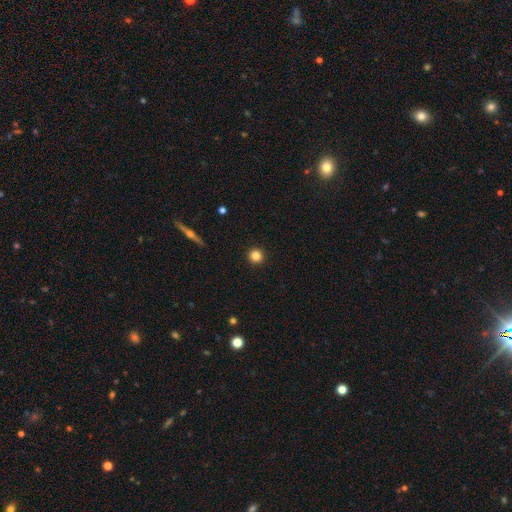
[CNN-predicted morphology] smooth 84%, star or artifact 11%, featured or disk 5%. Down the decision tree: how rounded — round (96%); merging — none (93%).